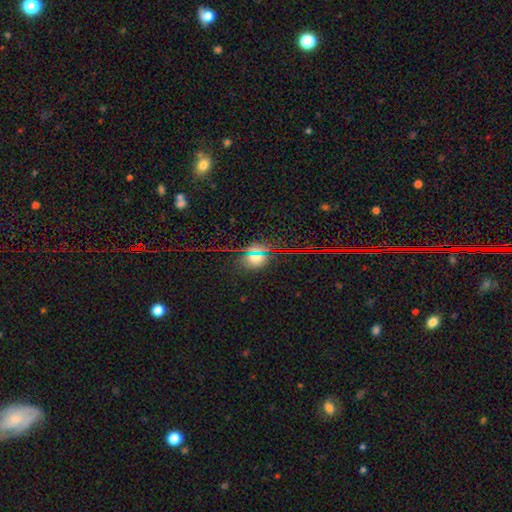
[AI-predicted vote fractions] smooth-or-featured: smooth: 46% | star or artifact: 43% | featured or disk: 11%
  merging: none: 77% | minor disturbance: 13% | major disturbance: 6% | merger: 4%